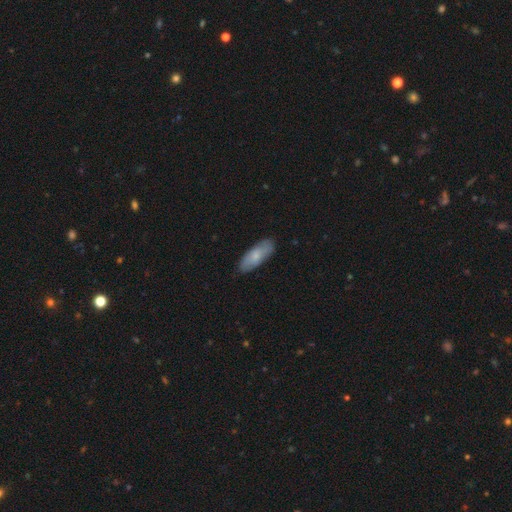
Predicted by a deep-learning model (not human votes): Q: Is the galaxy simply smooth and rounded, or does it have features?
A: smooth — 73%.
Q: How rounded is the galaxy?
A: in between — 68%.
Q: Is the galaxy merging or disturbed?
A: none — 83%.